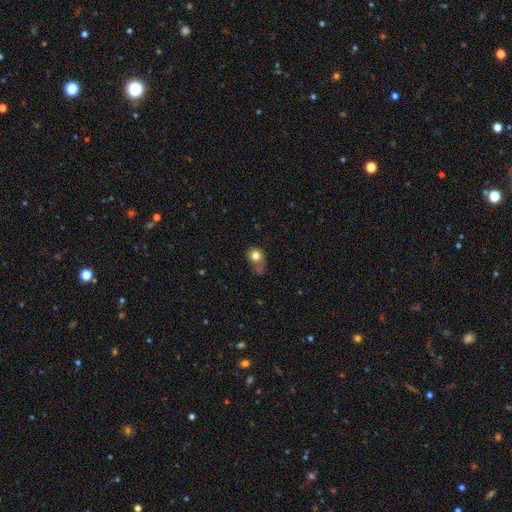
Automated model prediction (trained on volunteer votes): A smooth galaxy with no disk features (77%) that is round (65%).

Vote fractions:
- Smooth or featured? smooth: 77% / featured or disk: 12% / star or artifact: 11%
- How rounded? round: 65% / in between: 34% / cigar-shaped: 1%
- Merging? major disturbance: 35% / minor disturbance: 31% / none: 28% / merger: 6%